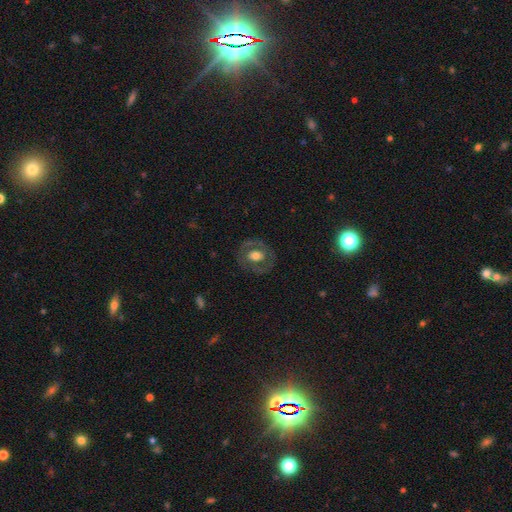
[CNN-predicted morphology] smooth-or-featured: featured or disk: 52% | smooth: 41% | star or artifact: 7%
  disk-edge-on: no: 95% | yes: 5%
  merging: none: 79% | minor disturbance: 12% | major disturbance: 7% | merger: 1%